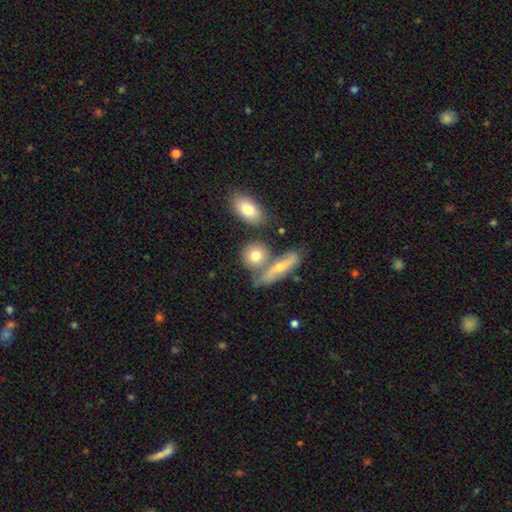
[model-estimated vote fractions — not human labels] smooth_or_featured: smooth (p=0.73) [alt: featured or disk p=0.18]
how_rounded: round (p=0.66) [alt: in between p=0.28]
merging: none (p=0.54) [alt: merger p=0.30]